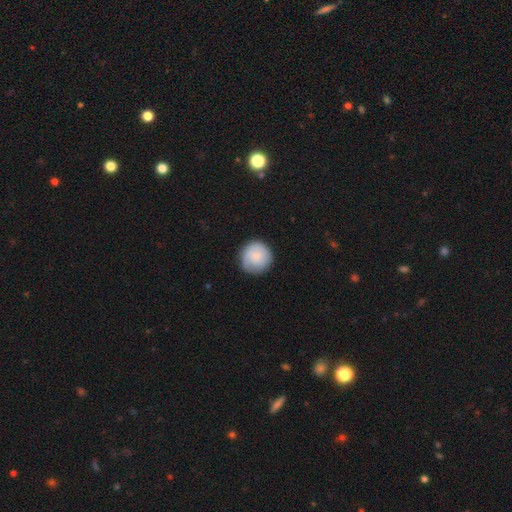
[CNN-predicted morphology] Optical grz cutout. It shows a smooth galaxy with no disk features (77%) that is round (95%). Merging: none (84%).